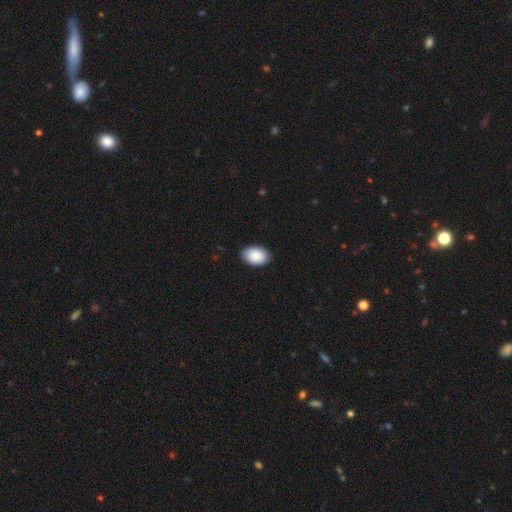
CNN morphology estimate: The model was most divided on "how rounded": in between: 87%, round: 12%, cigar-shaped: 1%. More confident: smooth or featured — smooth (90%); merging — none (88%).